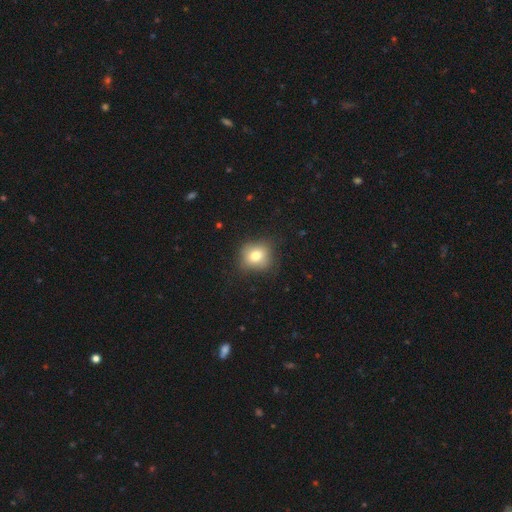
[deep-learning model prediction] A smooth galaxy with no disk features (77%) that is round (76%). Merging: none (76%).